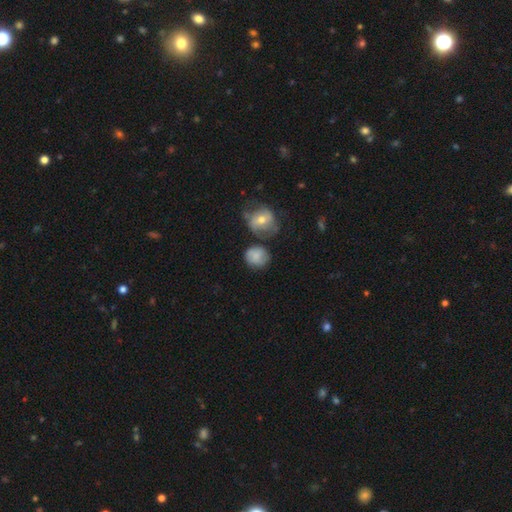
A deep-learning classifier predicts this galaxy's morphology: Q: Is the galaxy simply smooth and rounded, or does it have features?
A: smooth — 76%.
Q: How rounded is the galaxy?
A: round — 73%.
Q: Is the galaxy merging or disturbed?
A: none — 58%.